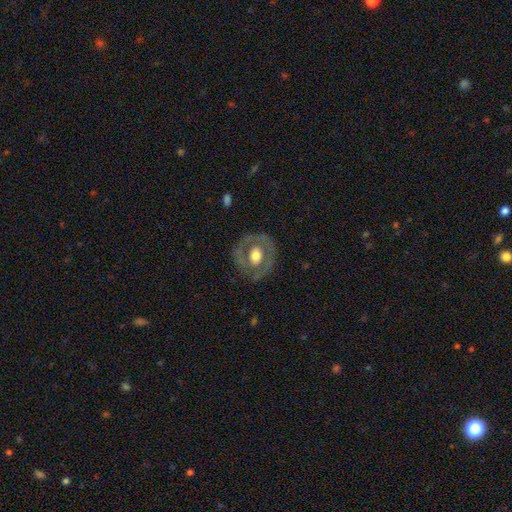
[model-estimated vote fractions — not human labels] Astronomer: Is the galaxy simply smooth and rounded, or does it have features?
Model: featured or disk — 55% (runner-up: smooth, 39%).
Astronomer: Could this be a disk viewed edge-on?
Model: no — 95%.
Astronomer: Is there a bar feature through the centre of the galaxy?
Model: no — 77%.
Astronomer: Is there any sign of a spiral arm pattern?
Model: no — 80%.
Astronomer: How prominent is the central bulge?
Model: moderate — 52% (runner-up: large, 38%).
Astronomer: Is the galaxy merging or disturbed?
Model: none — 78%.